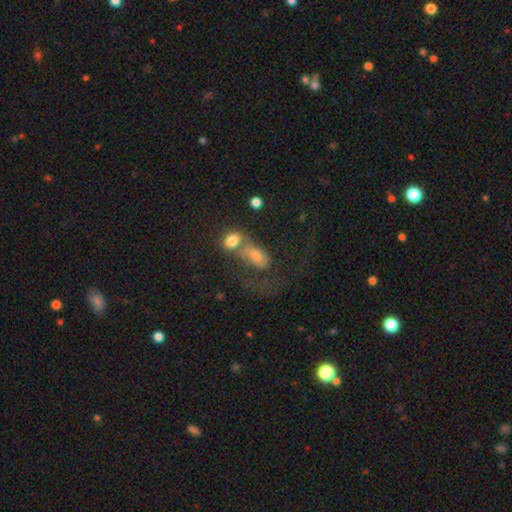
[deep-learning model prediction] Morphology: type=smooth (62%); roundness=in between (78%); merging=merger (61%).